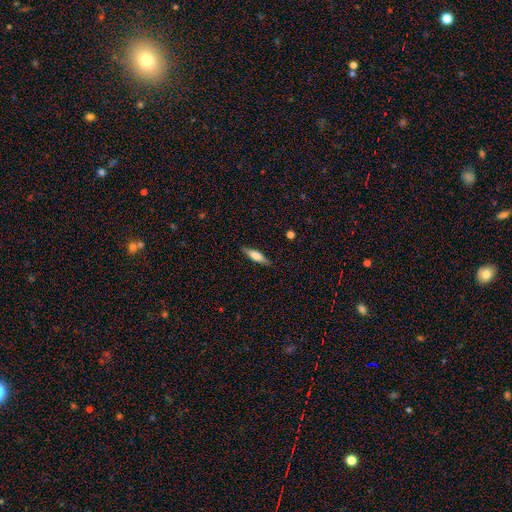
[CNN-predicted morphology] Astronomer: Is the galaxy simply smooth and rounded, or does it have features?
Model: smooth — 50% (runner-up: featured or disk, 44%).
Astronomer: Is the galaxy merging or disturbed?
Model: none — 87%.